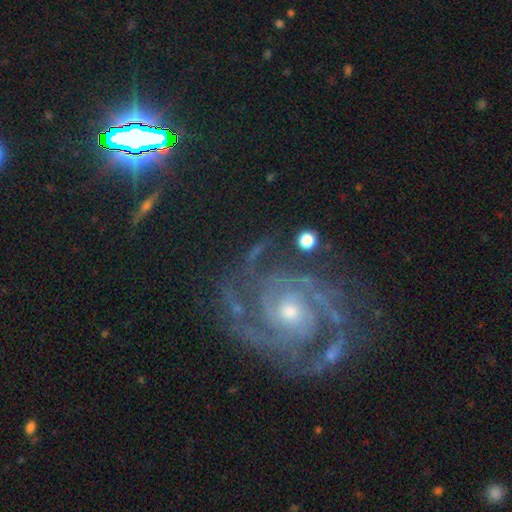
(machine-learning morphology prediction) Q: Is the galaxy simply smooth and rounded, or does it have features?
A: featured or disk — 89%.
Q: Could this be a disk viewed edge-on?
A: no — 98%.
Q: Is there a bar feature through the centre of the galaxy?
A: no — 70%.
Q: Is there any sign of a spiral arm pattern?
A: yes — 98%.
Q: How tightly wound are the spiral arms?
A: tight — 66%.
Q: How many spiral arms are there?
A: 2 — 39%.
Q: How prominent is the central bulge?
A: small — 51%.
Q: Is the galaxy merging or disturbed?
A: none — 72%.